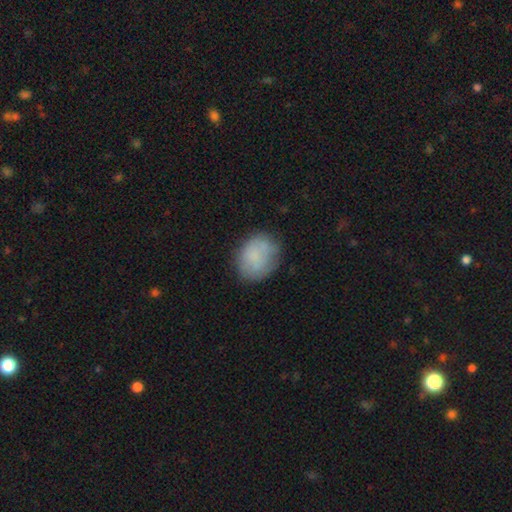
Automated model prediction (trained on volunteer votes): Smooth or featured? Predicted: smooth (p=0.78). How rounded? Predicted: in between (p=0.56). Merging? Predicted: none (p=0.69).